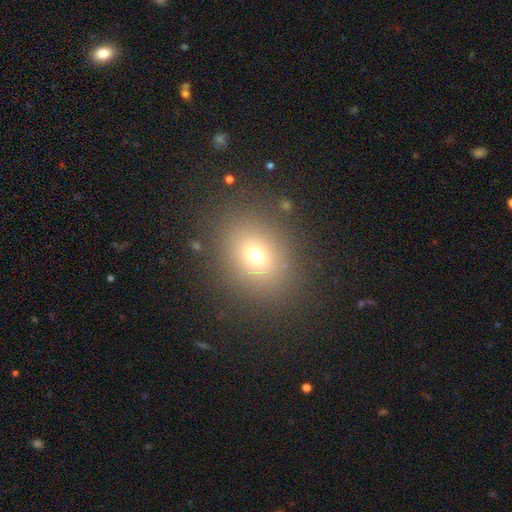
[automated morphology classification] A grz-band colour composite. It shows a smooth galaxy with no disk features (69%) that is round (60%). Merging: none (85%).